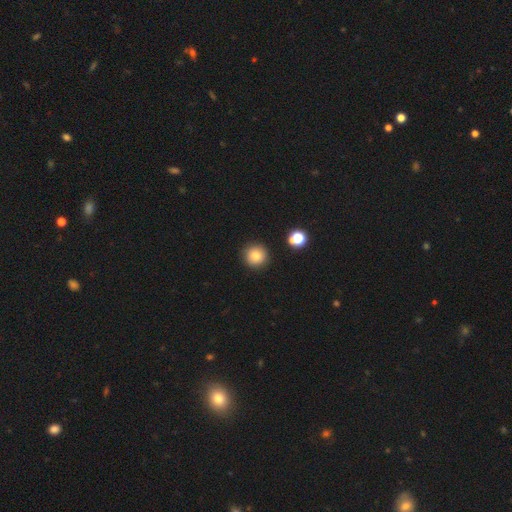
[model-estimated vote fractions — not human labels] This appears to be a smooth galaxy with no disk features (80%) that is round (95%). Merging: none (90%).